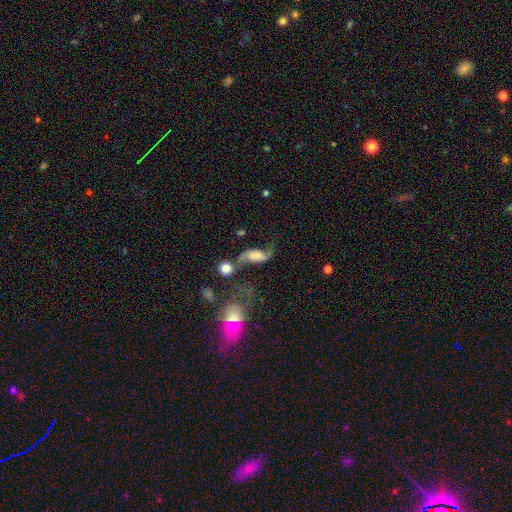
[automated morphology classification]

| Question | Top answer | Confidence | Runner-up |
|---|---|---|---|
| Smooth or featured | featured or disk | 79% | smooth (14%) |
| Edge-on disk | no | 94% | yes (6%) |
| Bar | no | 50% | weak (35%) |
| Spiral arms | yes | 94% | no (6%) |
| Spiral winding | loose | 87% | medium (10%) |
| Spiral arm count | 2 | 92% | 1 (3%) |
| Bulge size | none | 30% | small (24%) |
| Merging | none | 52% | minor disturbance (17%) |